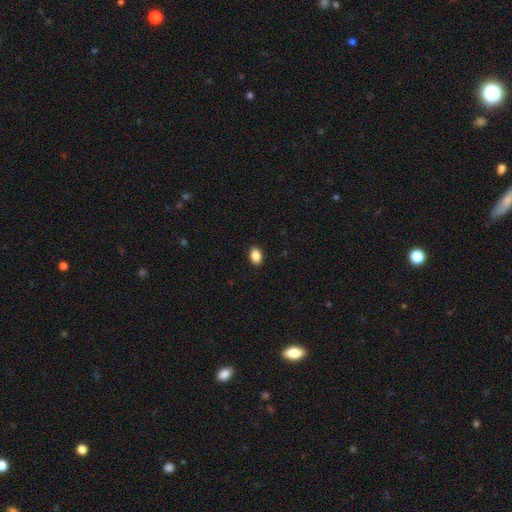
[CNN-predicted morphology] This appears to be a smooth galaxy with no disk features (88%) that is in between round and cigar-shaped (81%). Merging: none (90%).